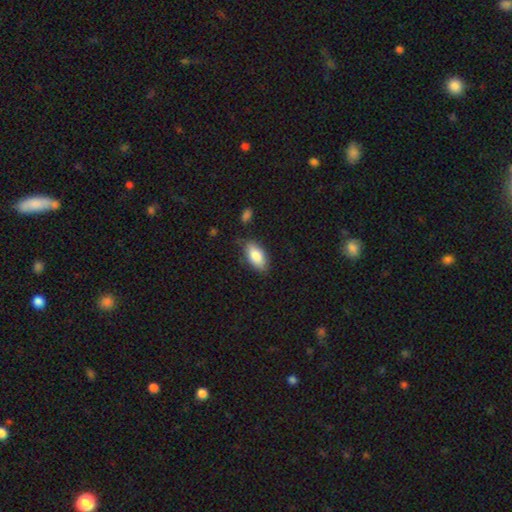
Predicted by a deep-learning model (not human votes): Morphology: type=smooth (83%); roundness=in between (89%); merging=none (78%).